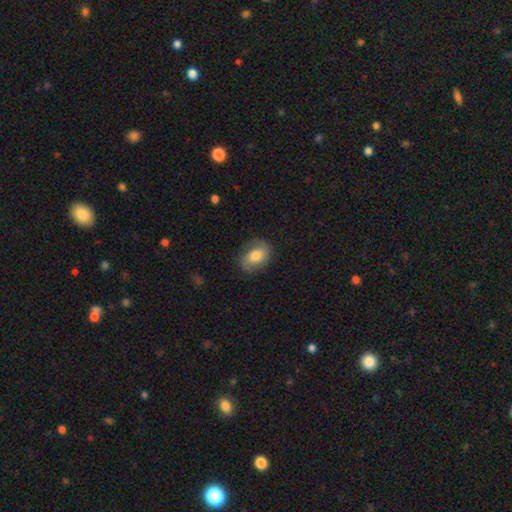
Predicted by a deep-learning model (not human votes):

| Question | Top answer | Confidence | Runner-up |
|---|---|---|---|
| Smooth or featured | smooth | 47% | featured or disk (45%) |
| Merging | none | 76% | minor disturbance (17%) |